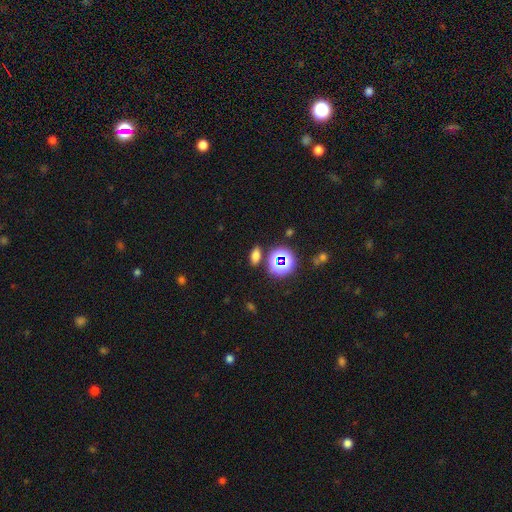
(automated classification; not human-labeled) The model was most divided on "smooth or featured": smooth: 66%, star or artifact: 26%, featured or disk: 8%. More confident: merging — none (83%); how rounded — in between (78%).